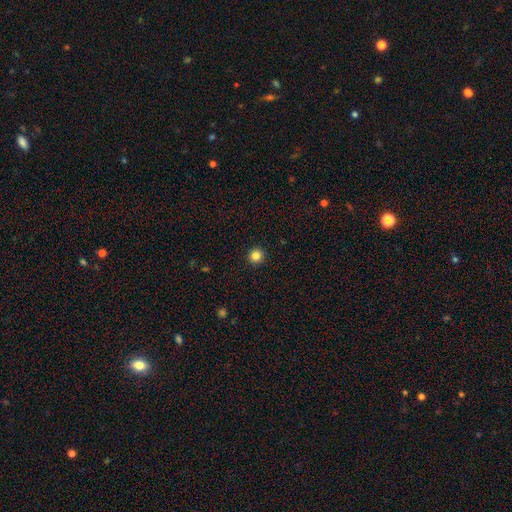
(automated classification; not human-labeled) Morphology: type=smooth (84%); roundness=round (95%); merging=none (94%).